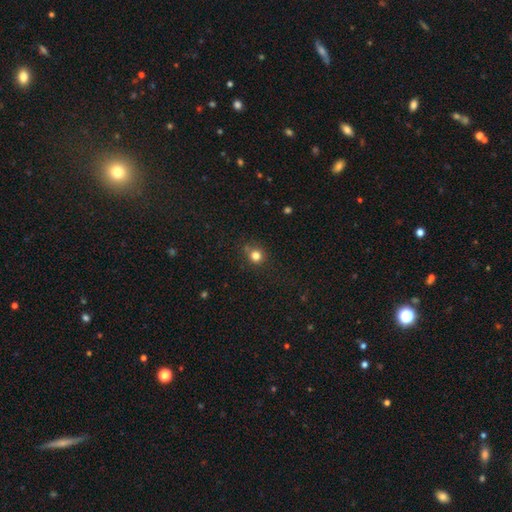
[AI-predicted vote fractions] This appears to be a smooth galaxy with no disk features (79%) that is round (89%). Merging: none (78%).